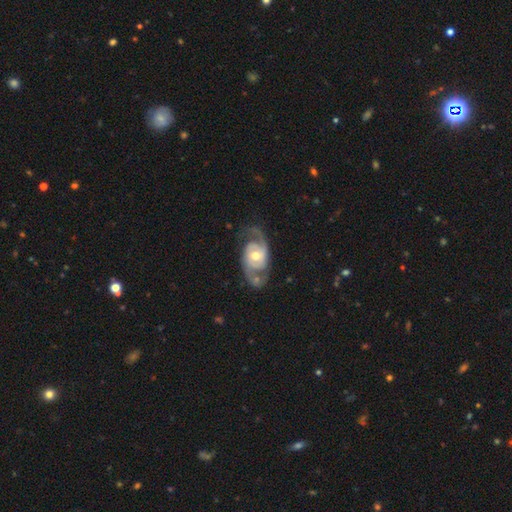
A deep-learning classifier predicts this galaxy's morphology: smooth-or-featured: featured or disk: 89% | smooth: 7% | star or artifact: 4%
  disk-edge-on: no: 97% | yes: 3%
    bar: no: 59% | weak: 32% | strong: 9%
    has-spiral-arms: yes: 96% | no: 4%
      spiral-winding: medium: 50% | tight: 25% | loose: 25%
      spiral-arm-count: 2: 90% | can't tell: 4% | 1: 3% | 3: 2% | 4: 1% | more than 4: 1%
    bulge-size: moderate: 72% | small: 20% | large: 6% | none: 1% | dominant: 1%
  merging: none: 67% | minor disturbance: 18% | major disturbance: 11% | merger: 4%